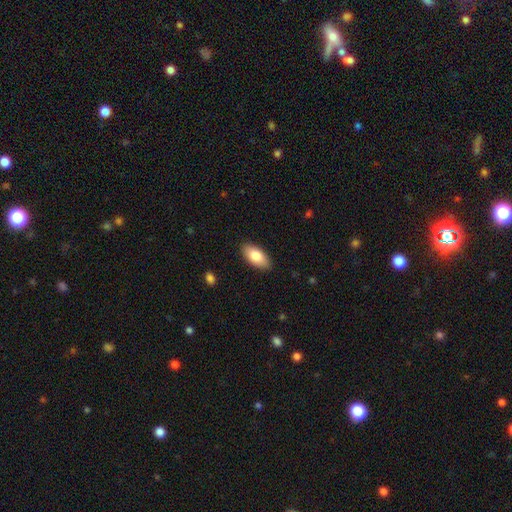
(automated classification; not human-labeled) Smooth or featured? smooth (81%)
How rounded? in between (92%)
Merging? none (89%)